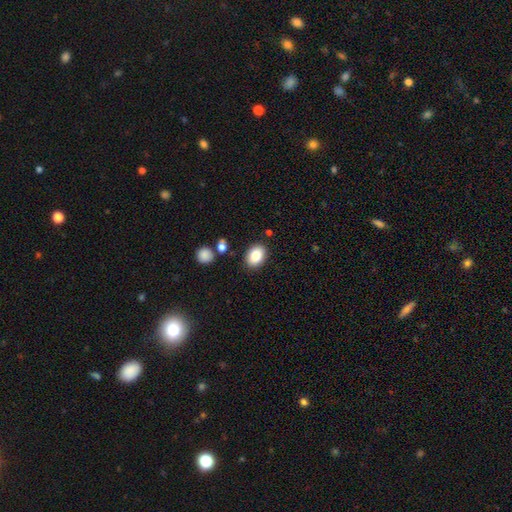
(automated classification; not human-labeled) Morphology: type=smooth (84%); roundness=in between (75%); merging=none (86%).